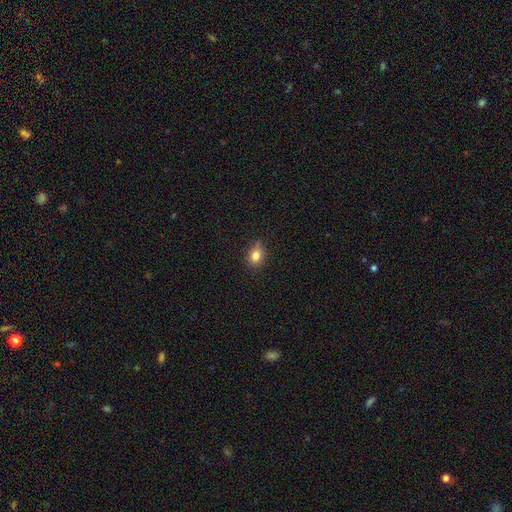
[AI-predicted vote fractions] Smooth or featured: smooth — 81% (star or artifact — 11%)
How rounded: round — 50% (in between — 49%)
Merging: none — 75% (minor disturbance — 20%)